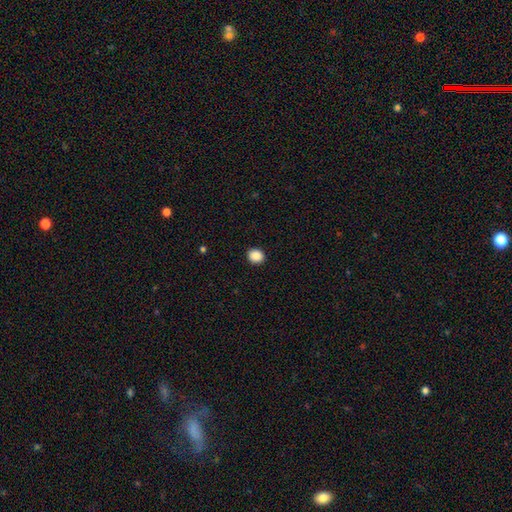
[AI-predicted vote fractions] smooth_or_featured: smooth (p=0.88) [alt: star or artifact p=0.09]
how_rounded: round (p=0.77) [alt: in between p=0.22]
merging: none (p=0.92) [alt: minor disturbance p=0.05]